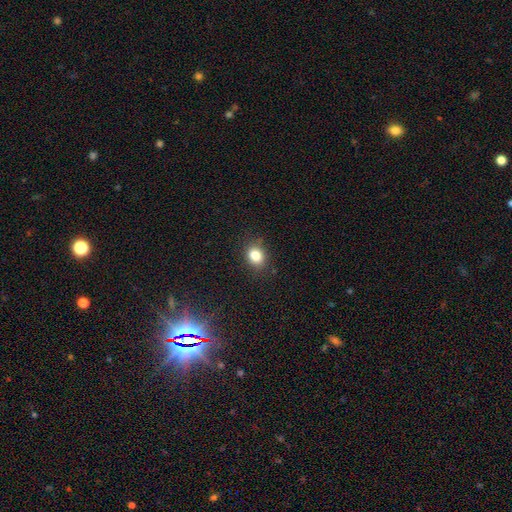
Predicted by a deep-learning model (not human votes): smooth 83%, star or artifact 11%, featured or disk 6%. Down the decision tree: how rounded — round (56%); merging — none (83%).